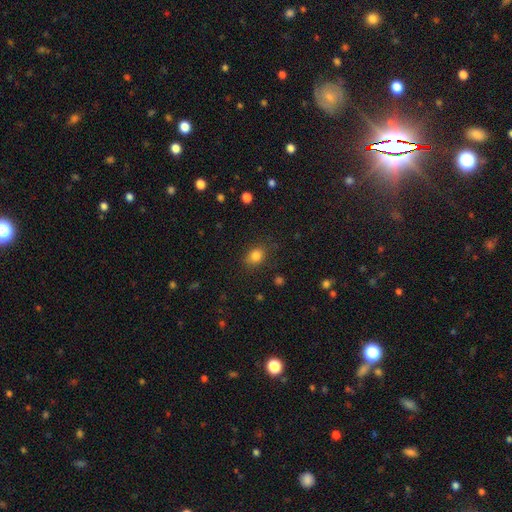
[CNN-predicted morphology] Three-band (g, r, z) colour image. It shows a smooth galaxy with no disk features (82%) that is in between round and cigar-shaped (50%). Merging: none (80%).